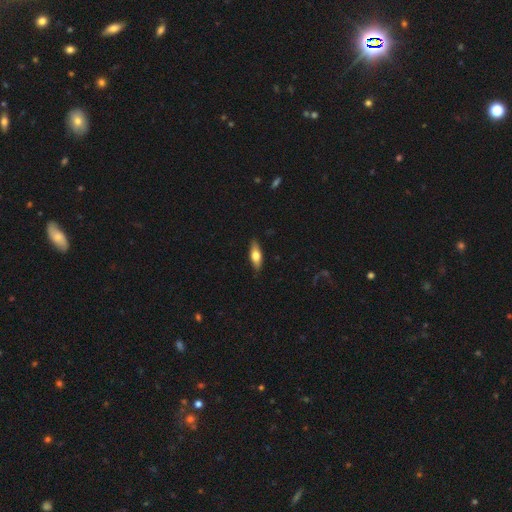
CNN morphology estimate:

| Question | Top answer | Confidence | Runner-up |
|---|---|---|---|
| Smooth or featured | smooth | 63% | featured or disk (31%) |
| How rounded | in between | 62% | cigar-shaped (35%) |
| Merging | none | 87% | minor disturbance (11%) |